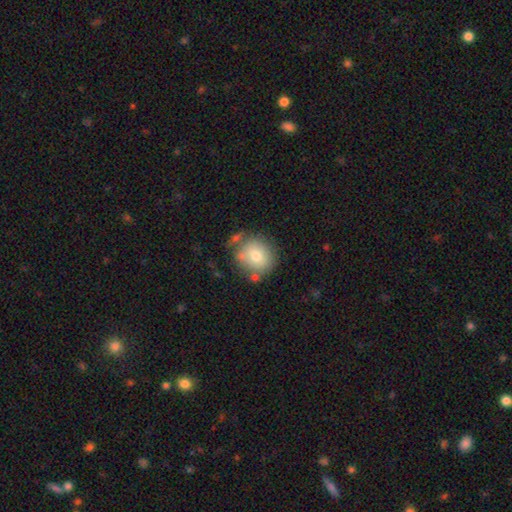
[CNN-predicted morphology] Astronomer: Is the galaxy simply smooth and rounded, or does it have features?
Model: smooth — 72%.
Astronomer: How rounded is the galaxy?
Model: round — 84%.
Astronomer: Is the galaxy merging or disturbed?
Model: none — 66%.